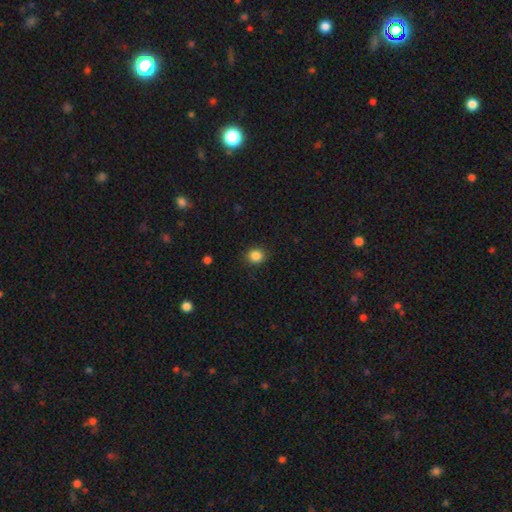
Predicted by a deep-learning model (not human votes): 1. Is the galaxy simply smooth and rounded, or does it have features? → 85% smooth, 11% star or artifact, 4% featured or disk.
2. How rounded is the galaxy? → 80% round, 19% in between, 1% cigar-shaped.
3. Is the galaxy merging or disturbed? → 88% none, 8% minor disturbance, 2% major disturbance, 1% merger.